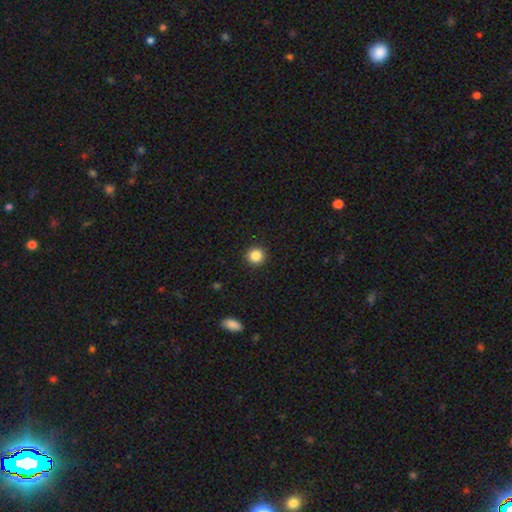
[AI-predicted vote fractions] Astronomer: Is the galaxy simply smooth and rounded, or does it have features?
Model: smooth — 85%.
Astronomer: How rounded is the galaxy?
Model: round — 94%.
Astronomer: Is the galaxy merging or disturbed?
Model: none — 93%.